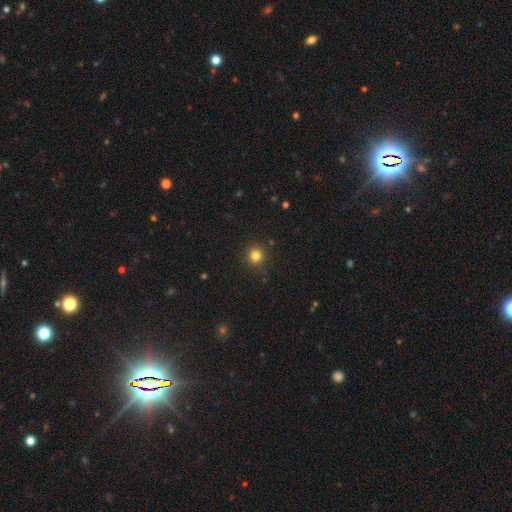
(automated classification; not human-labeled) smooth-or-featured: smooth: 81% | star or artifact: 14% | featured or disk: 5%
  how-rounded: round: 94% | in between: 5% | cigar-shaped: 1%
  merging: none: 91% | minor disturbance: 6% | major disturbance: 2% | merger: 1%